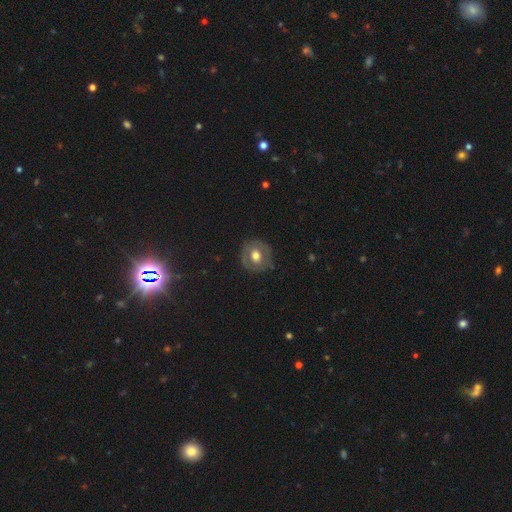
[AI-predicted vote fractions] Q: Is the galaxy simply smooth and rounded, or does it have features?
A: smooth — 51%.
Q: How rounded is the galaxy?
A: round — 83%.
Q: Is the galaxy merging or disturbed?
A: none — 81%.